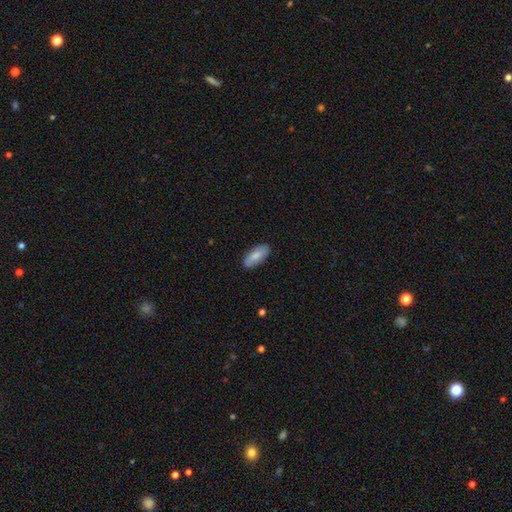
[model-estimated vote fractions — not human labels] Overall: smooth (78%). How rounded: in between (84%). Merging: none (87%).